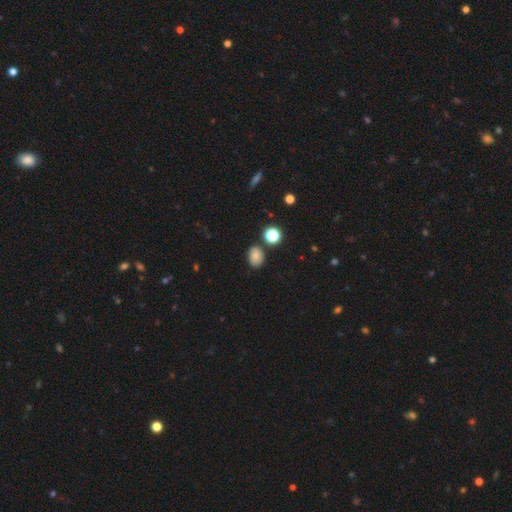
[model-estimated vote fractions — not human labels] Overall: smooth (77%). How rounded: in between (69%; round 30%). Merging: none (78%).